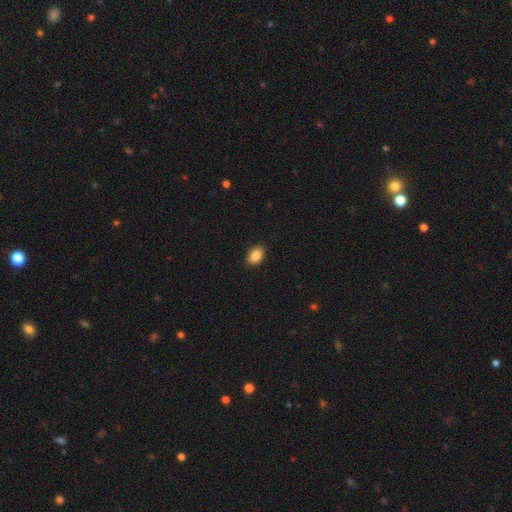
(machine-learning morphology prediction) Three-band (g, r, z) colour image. It shows a smooth galaxy with no disk features (87%) that is in between round and cigar-shaped (83%). Merging: none (88%).